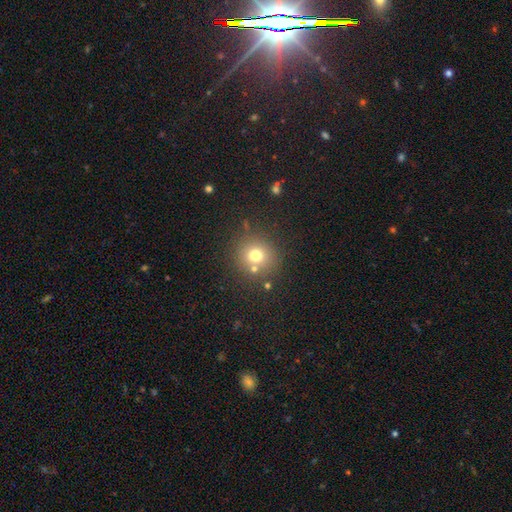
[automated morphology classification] Smooth or featured? smooth (71%)
How rounded? round (91%)
Merging? none (77%)